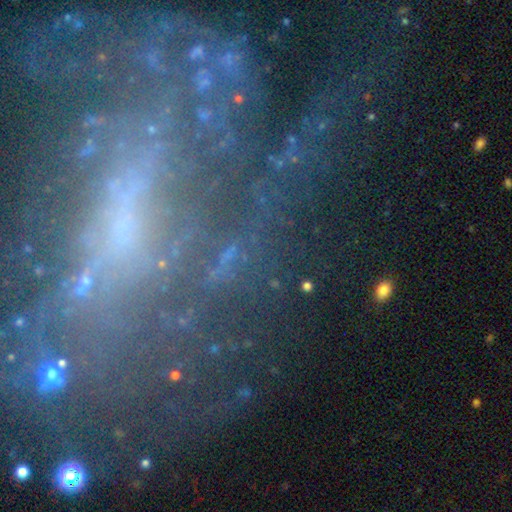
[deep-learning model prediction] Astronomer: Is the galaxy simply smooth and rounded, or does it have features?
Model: star or artifact — 45% (runner-up: featured or disk, 39%).